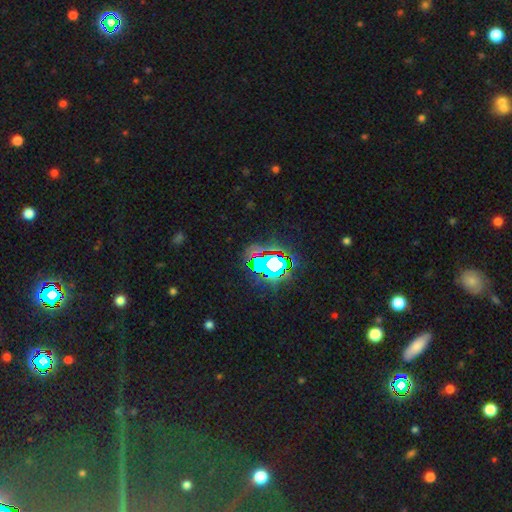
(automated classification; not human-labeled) smooth_or_featured: star or artifact (p=0.69) [alt: smooth p=0.17]